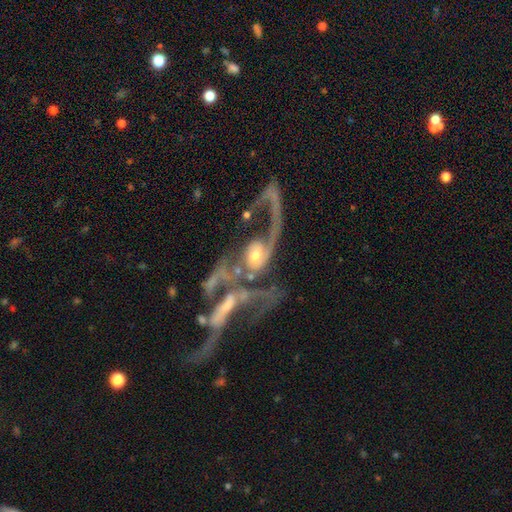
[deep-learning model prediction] The model was most divided on "spiral arm count": 2: 41%, 1: 34%, can't tell: 14%, 3: 5%, 4: 3%, more than 4: 3%. Remaining: edge-on disk — no (95%); smooth or featured — featured or disk (79%); spiral arms — yes (76%); bar — no (70%); spiral winding — loose (69%); merging — merger (53%); bulge size — moderate (49%).